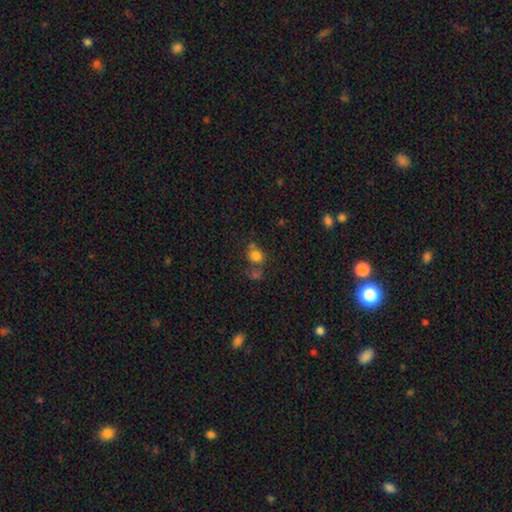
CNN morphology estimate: A smooth galaxy with no disk features (77%) that is round (68%).

Vote fractions:
- Smooth or featured? smooth: 77% / star or artifact: 15% / featured or disk: 9%
- How rounded? round: 68% / in between: 30% / cigar-shaped: 1%
- Merging? none: 50% / merger: 27% / minor disturbance: 15% / major disturbance: 8%